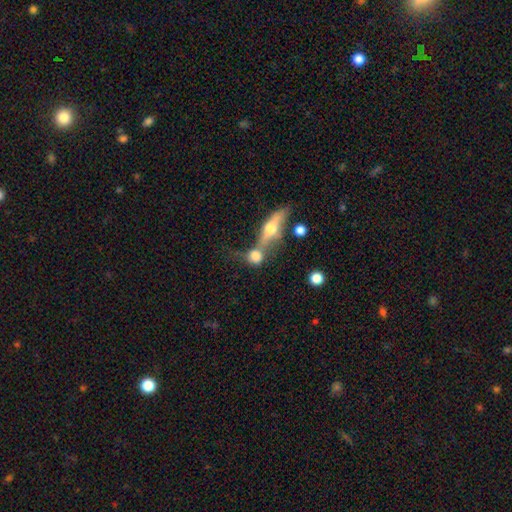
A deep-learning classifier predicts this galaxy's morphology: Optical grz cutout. It shows a smooth galaxy with no disk features (65%) that is round (53%). Merging: merger (47%).